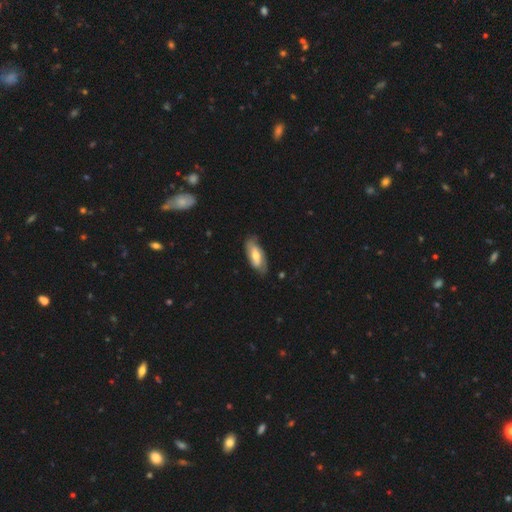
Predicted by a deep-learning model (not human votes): A featured or disk galaxy (51%). Merging: none (72%).